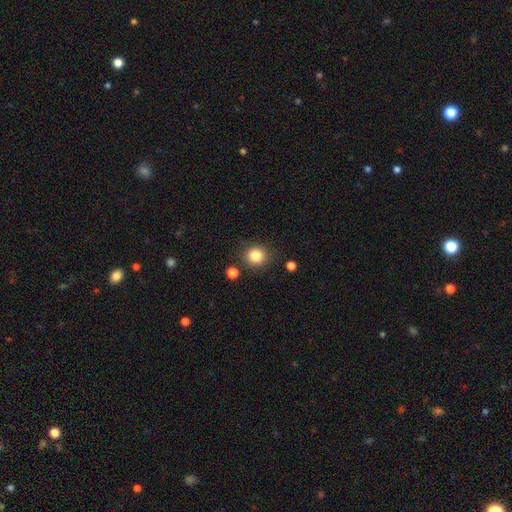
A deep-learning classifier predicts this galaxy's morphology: smooth_or_featured: smooth (p=0.84) [alt: star or artifact p=0.11]
how_rounded: round (p=0.87) [alt: in between p=0.12]
merging: none (p=0.84) [alt: minor disturbance p=0.09]